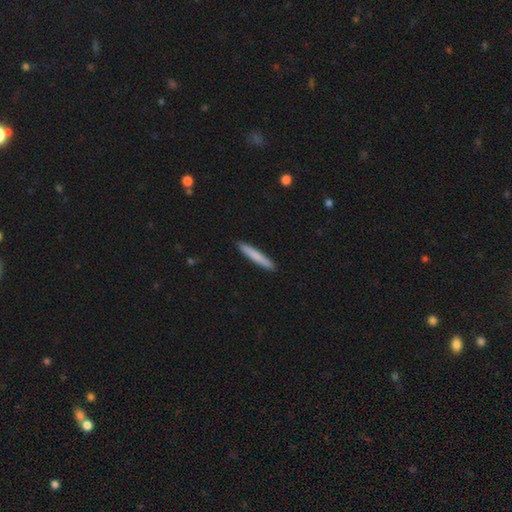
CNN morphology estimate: Smooth or featured?
  - smooth: 78% *
  - featured or disk: 17%
  - star or artifact: 5%
How rounded?
  - cigar-shaped: 95% *
  - in between: 4%
  - round: 1%
Merging?
  - none: 91% *
  - minor disturbance: 6%
  - major disturbance: 1%
  - merger: 1%